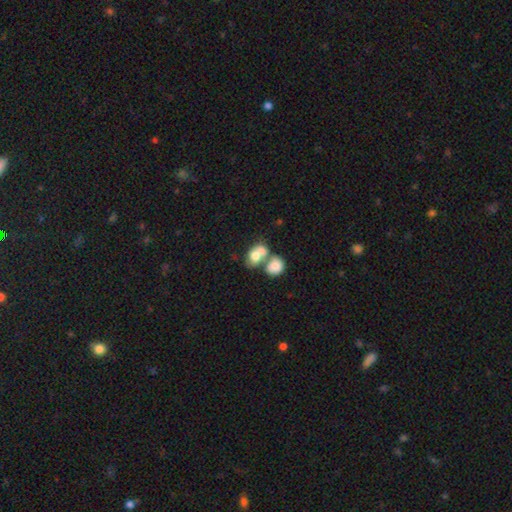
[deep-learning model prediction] This appears to be a smooth galaxy with no disk features (71%) that is in between round and cigar-shaped (62%). Merging: merger (69%).